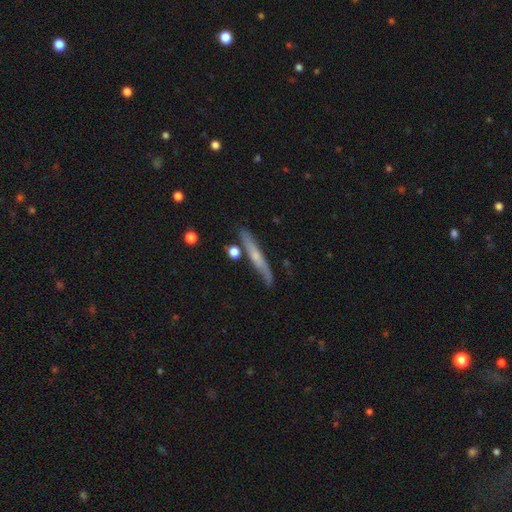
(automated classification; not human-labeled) Smooth or featured? featured or disk (53%)
Edge-on disk? yes (90%)
Merging? none (79%)